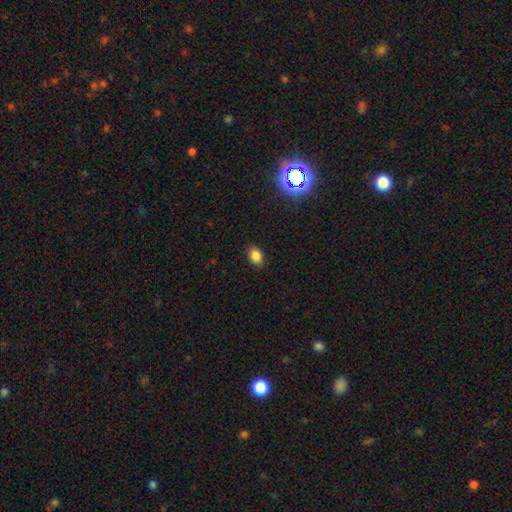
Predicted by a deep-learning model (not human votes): smooth_or_featured: smooth (p=0.85) [alt: star or artifact p=0.11]
how_rounded: in between (p=0.74) [alt: round p=0.25]
merging: none (p=0.88) [alt: minor disturbance p=0.09]